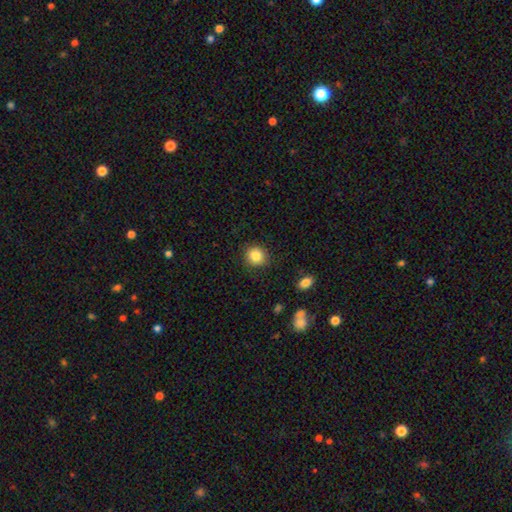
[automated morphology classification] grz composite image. It shows a smooth galaxy with no disk features (85%) that is round (86%). Merging: none (87%).